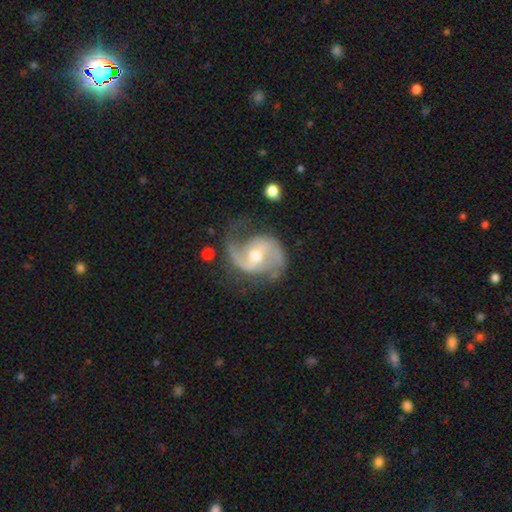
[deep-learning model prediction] smooth-or-featured: featured or disk: 90% | smooth: 6% | star or artifact: 5%
  disk-edge-on: no: 98% | yes: 2%
    bar: weak: 47% | no: 36% | strong: 17%
    has-spiral-arms: yes: 97% | no: 3%
      spiral-winding: medium: 54% | loose: 29% | tight: 17%
      spiral-arm-count: 2: 87% | 1: 5% | can't tell: 3% | 3: 2% | 4: 1% | more than 4: 1%
    bulge-size: moderate: 68% | small: 25% | large: 5% | none: 1% | dominant: 1%
  merging: none: 62% | minor disturbance: 22% | major disturbance: 14% | merger: 2%